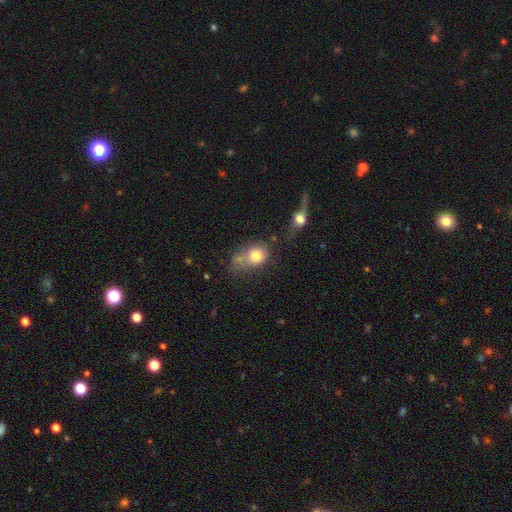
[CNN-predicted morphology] smooth-or-featured: smooth: 76% | featured or disk: 14% | star or artifact: 10%
  how-rounded: round: 56% | in between: 43% | cigar-shaped: 2%
  merging: merger: 36% | none: 33% | minor disturbance: 18% | major disturbance: 14%